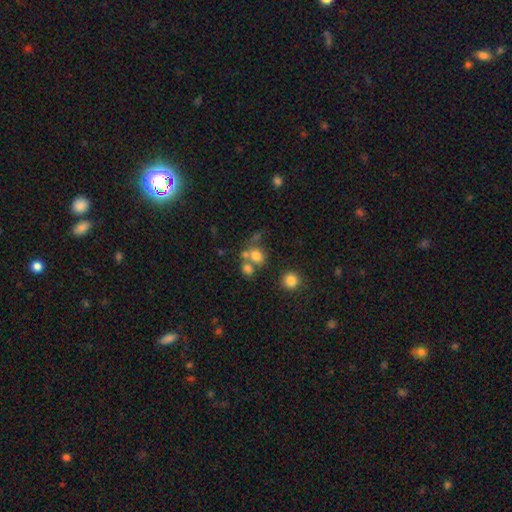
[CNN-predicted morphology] smooth_or_featured: smooth (p=0.70) [alt: star or artifact p=0.15]
how_rounded: round (p=0.66) [alt: in between p=0.33]
merging: none (p=0.42) [alt: merger p=0.40]